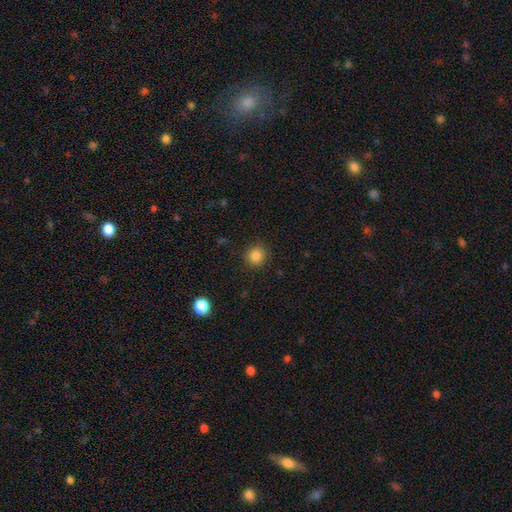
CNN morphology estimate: A smooth galaxy with no disk features (84%) that is round (91%). Merging: none (90%).